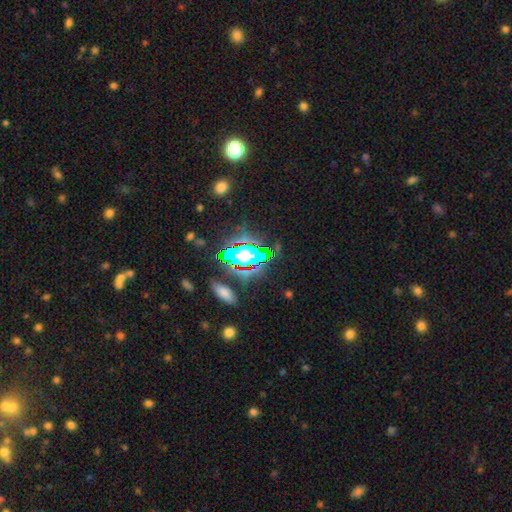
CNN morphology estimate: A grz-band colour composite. It shows a star or artifact, not a galaxy (80%).